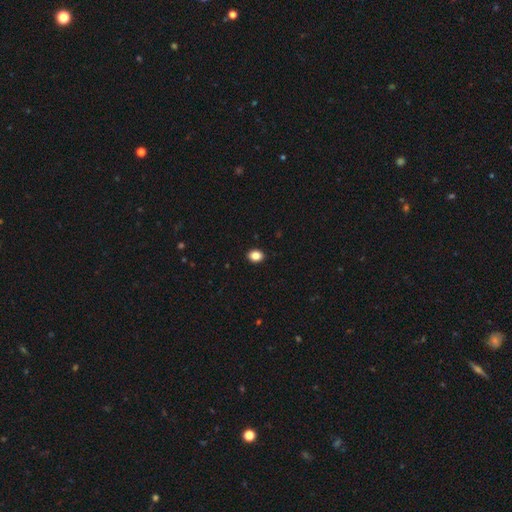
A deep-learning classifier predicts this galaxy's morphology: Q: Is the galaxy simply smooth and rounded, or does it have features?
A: smooth — 86%.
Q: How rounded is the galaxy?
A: in between — 51%.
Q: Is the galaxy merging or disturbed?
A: none — 91%.